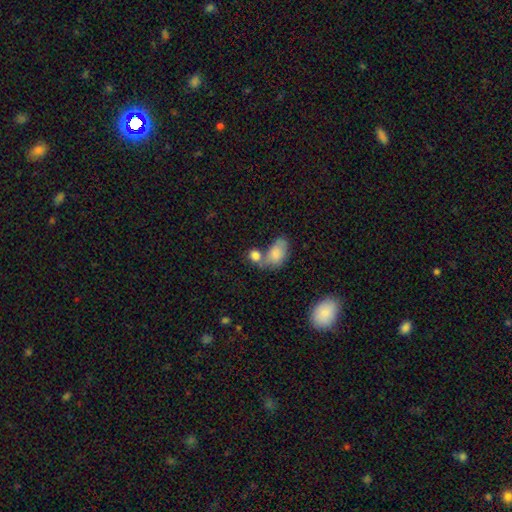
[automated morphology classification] smooth-or-featured: smooth: 82% | featured or disk: 10% | star or artifact: 9%
  how-rounded: in between: 62% | round: 35% | cigar-shaped: 2%
  merging: merger: 49% | none: 33% | minor disturbance: 11% | major disturbance: 6%